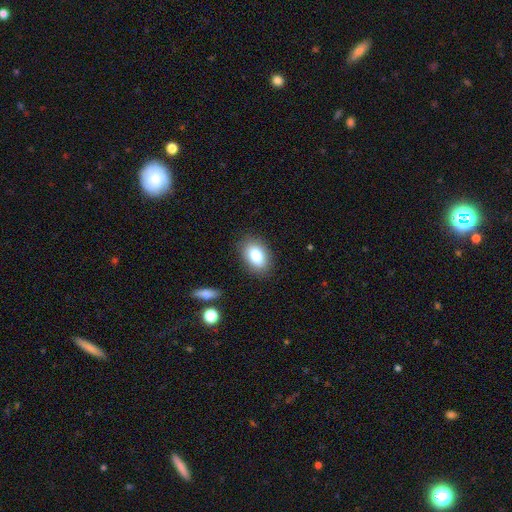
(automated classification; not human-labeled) This is clearly a smooth galaxy (82%). How rounded: clearly in between (87%). Merging: clearly none (85%).